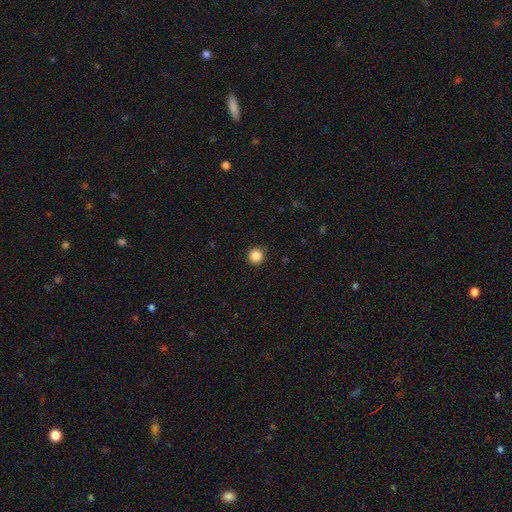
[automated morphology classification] Smooth or featured? smooth (86%)
How rounded? round (95%)
Merging? none (91%)